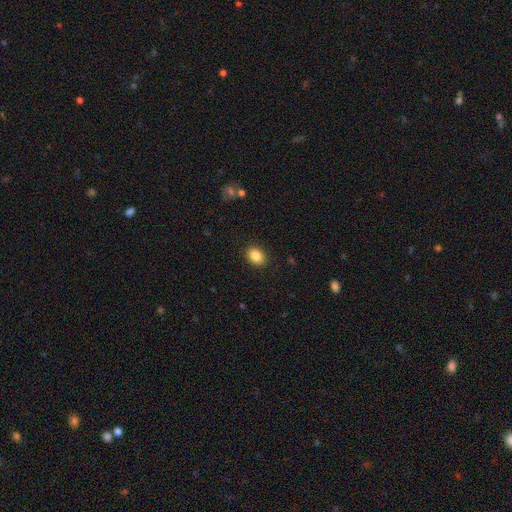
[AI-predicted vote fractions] Morphology: type=smooth (86%); roundness=in between (60%); merging=none (89%).